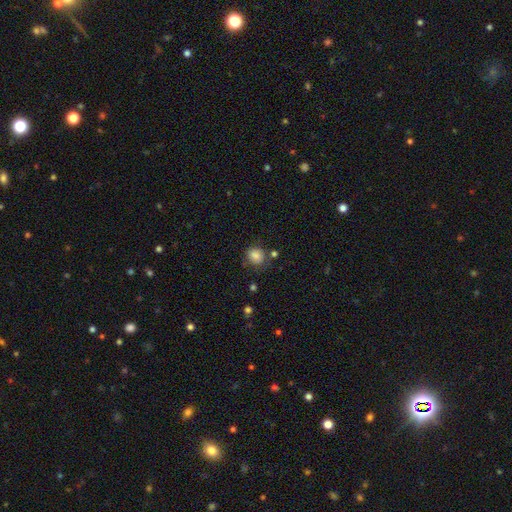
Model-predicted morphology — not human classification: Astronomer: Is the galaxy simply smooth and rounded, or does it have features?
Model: smooth — 83%.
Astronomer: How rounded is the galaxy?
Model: round — 69%.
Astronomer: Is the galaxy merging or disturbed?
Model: none — 73%.